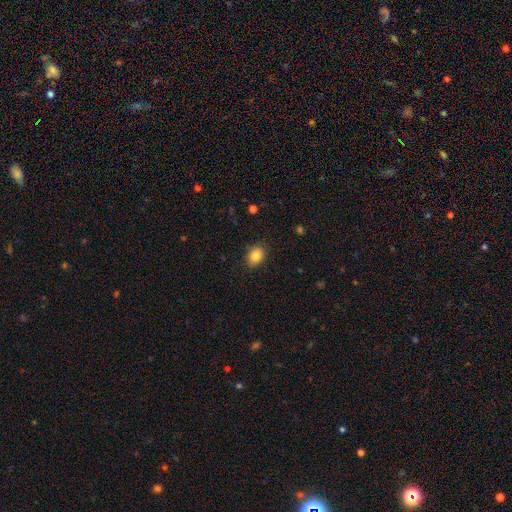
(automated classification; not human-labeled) A smooth galaxy with no disk features (84%) that is in between round and cigar-shaped (62%).

Vote fractions:
- Smooth or featured? smooth: 84% / star or artifact: 10% / featured or disk: 7%
- How rounded? in between: 62% / round: 37% / cigar-shaped: 1%
- Merging? none: 87% / minor disturbance: 10% / major disturbance: 2% / merger: 1%